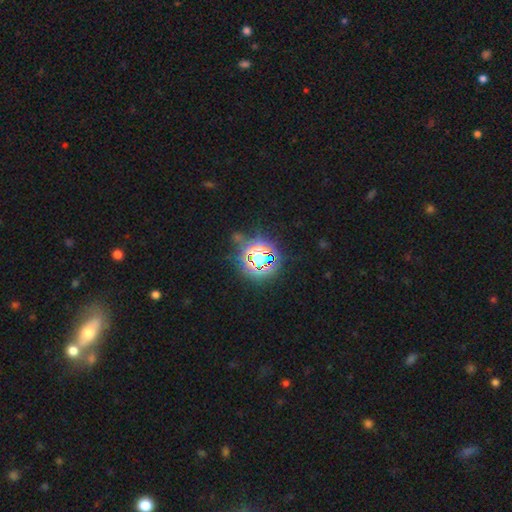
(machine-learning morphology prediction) This appears to be a star or artifact, not a galaxy (70%).